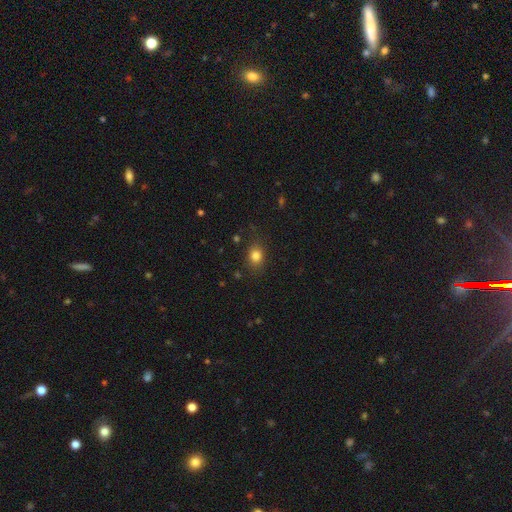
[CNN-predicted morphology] The model was most divided on "how rounded": in between: 51%, round: 48%, cigar-shaped: 1%. More confident: smooth or featured — smooth (82%); merging — none (80%).